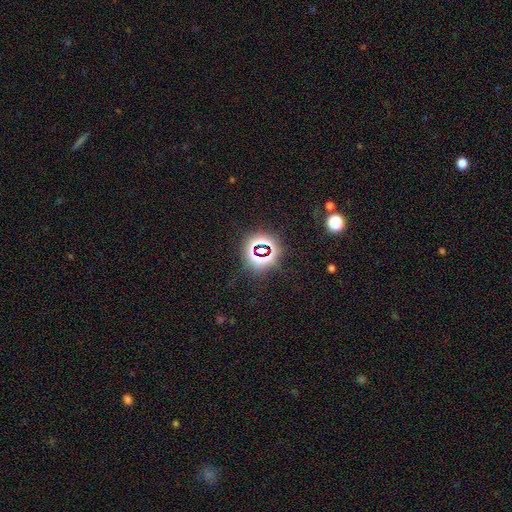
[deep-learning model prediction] This is likely a star or artifact rather than a galaxy (75%).